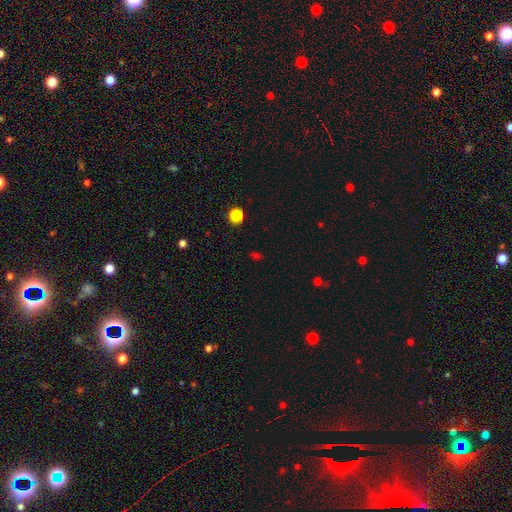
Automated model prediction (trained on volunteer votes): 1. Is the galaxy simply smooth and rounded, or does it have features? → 48% smooth, 45% star or artifact, 7% featured or disk.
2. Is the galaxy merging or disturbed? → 81% none, 11% minor disturbance, 5% major disturbance, 4% merger.